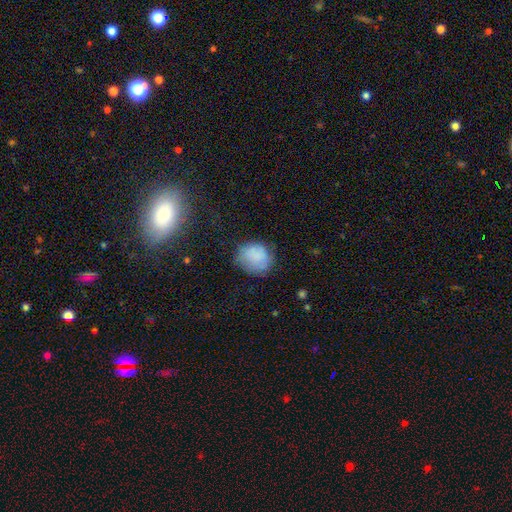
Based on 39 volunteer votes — Q: Smooth or featured?
A: smooth (77%); runner-up: featured or disk (15%)
Q: How rounded?
A: round (80%); runner-up: in between (20%)
Q: Merging?
A: none (72%); runner-up: minor disturbance (22%)